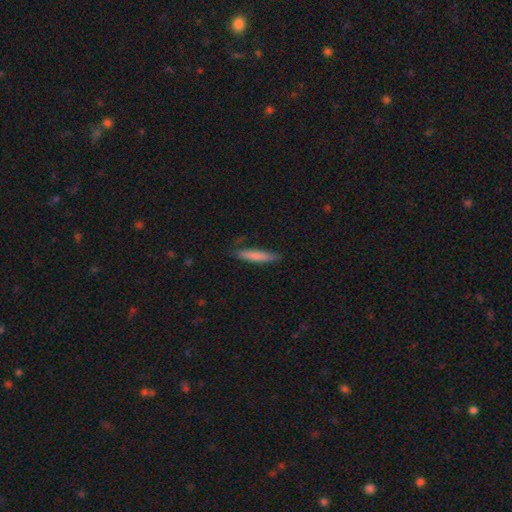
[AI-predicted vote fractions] Q: Smooth or featured?
A: smooth (79%); runner-up: featured or disk (15%)
Q: How rounded?
A: cigar-shaped (87%); runner-up: in between (12%)
Q: Merging?
A: none (79%); runner-up: minor disturbance (16%)